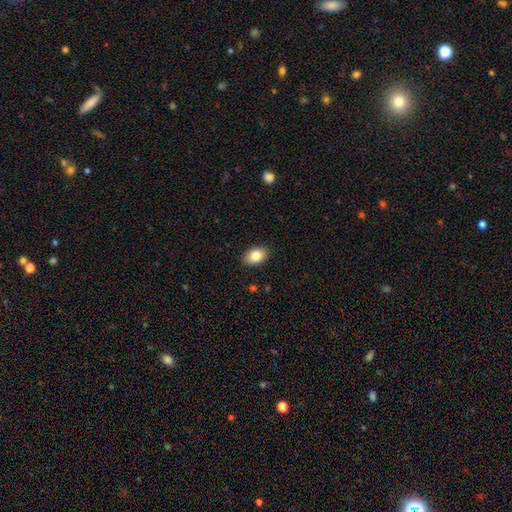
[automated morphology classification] smooth 84%, featured or disk 8%, star or artifact 8%. Down the decision tree: how rounded — in between (85%); merging — none (88%).